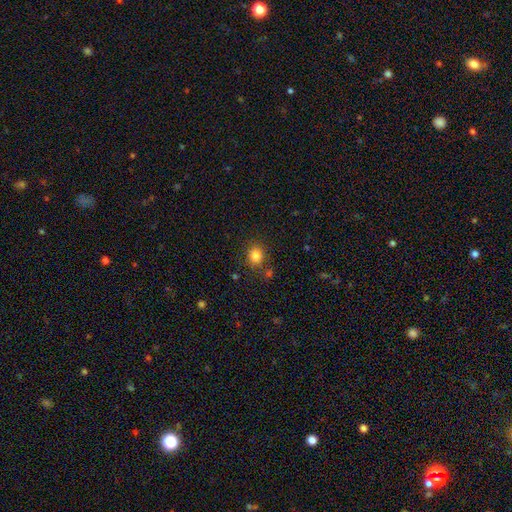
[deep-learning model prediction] This appears to be a smooth galaxy with no disk features (82%) that is round (74%). Merging: none (79%).